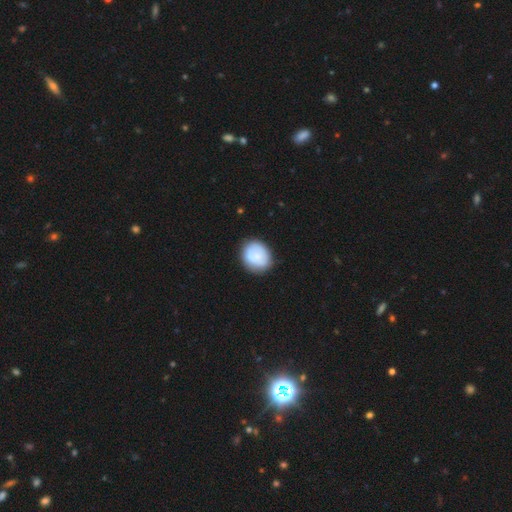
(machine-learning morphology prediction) Overall: smooth (76%). How rounded: round (67%; in between 32%). Merging: none (77%).